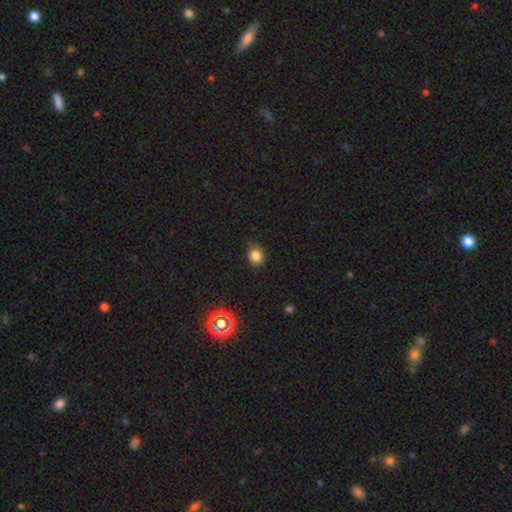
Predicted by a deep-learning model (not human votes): Morphology: type=smooth (82%); roundness=round (71%); merging=none (75%).